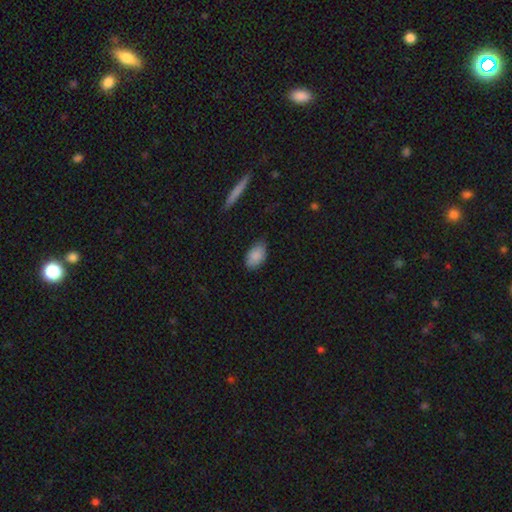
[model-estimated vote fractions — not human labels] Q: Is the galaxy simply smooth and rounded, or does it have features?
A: smooth — 87%.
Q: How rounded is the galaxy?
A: in between — 90%.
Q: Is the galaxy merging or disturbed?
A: none — 73%.